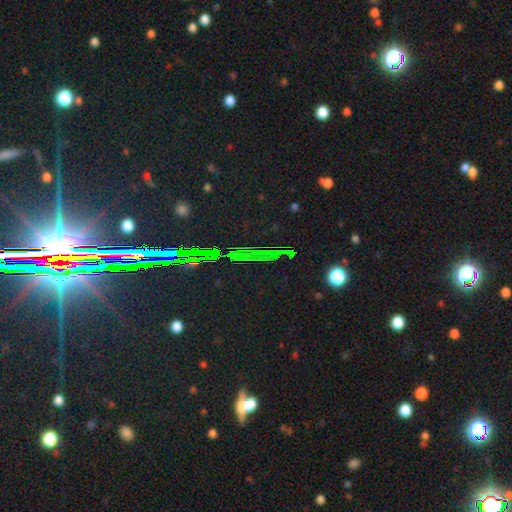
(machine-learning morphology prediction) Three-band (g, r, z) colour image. It shows a star or artifact, not a galaxy (83%).